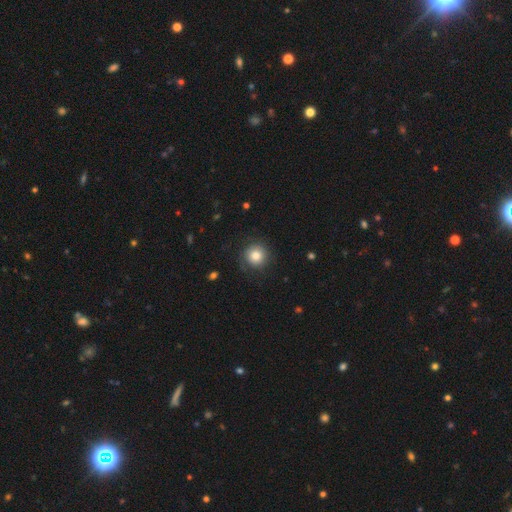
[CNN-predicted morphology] type=smooth (79%); roundness=round (94%); merging=none (81%).